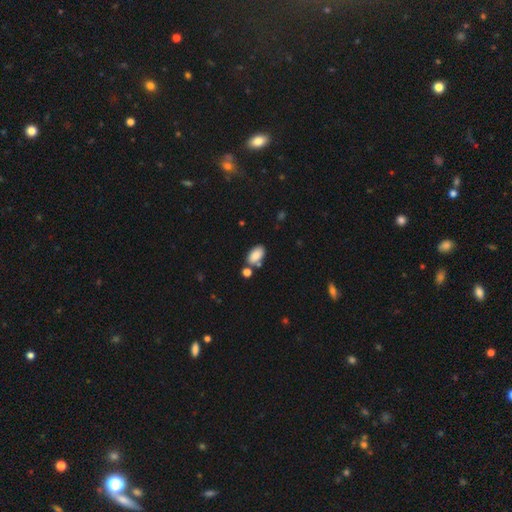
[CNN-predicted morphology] Smooth or featured? smooth (87%)
How rounded? in between (94%)
Merging? none (67%)